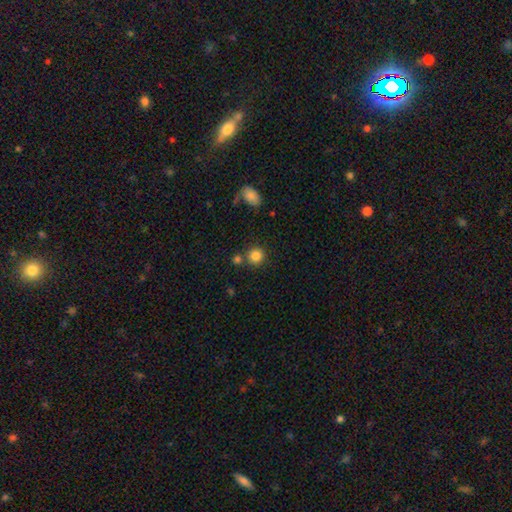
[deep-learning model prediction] smooth 84%, star or artifact 10%, featured or disk 5%. Down the decision tree: how rounded — round (89%); merging — none (74%).